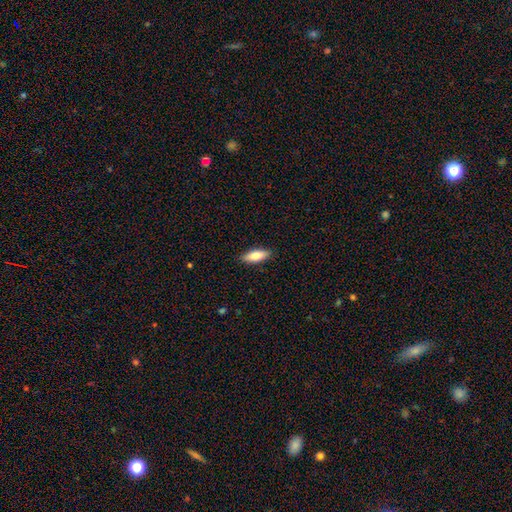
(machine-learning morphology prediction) A smooth galaxy with no disk features (78%) that is in between round and cigar-shaped (65%).

Vote fractions:
- Smooth or featured? smooth: 78% / featured or disk: 16% / star or artifact: 6%
- How rounded? in between: 65% / cigar-shaped: 33% / round: 2%
- Merging? none: 89% / minor disturbance: 8% / major disturbance: 2% / merger: 1%